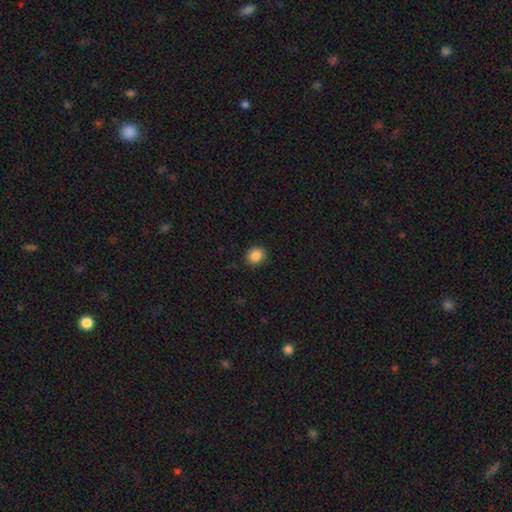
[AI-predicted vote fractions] Overall: smooth (87%). How rounded: round (66%; in between 33%). Merging: none (88%).